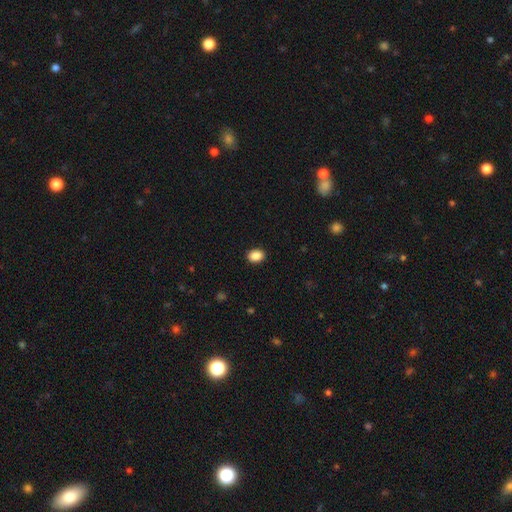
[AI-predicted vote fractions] Smooth or featured: smooth — 89% (star or artifact — 8%)
How rounded: in between — 65% (round — 34%)
Merging: none — 90% (minor disturbance — 7%)